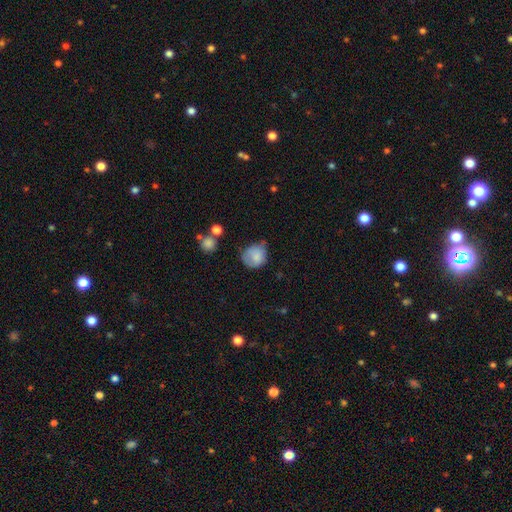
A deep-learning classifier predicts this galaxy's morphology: A smooth galaxy with no disk features (79%) that is round (75%).

Vote fractions:
- Smooth or featured? smooth: 79% / featured or disk: 13% / star or artifact: 8%
- How rounded? round: 75% / in between: 24% / cigar-shaped: 1%
- Merging? minor disturbance: 42% / none: 40% / major disturbance: 14% / merger: 4%